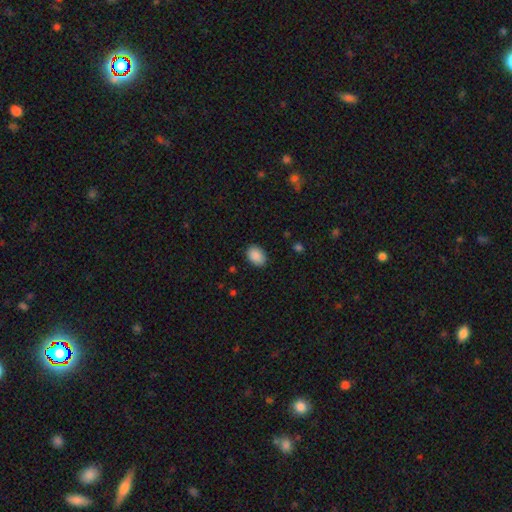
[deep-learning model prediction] Overall: smooth (89%). How rounded: in between (75%). Merging: none (86%).